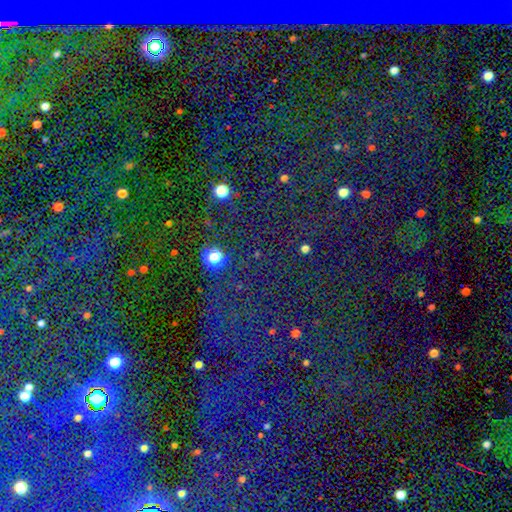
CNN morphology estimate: Smooth or featured?
  - star or artifact: 82% *
  - smooth: 11%
  - featured or disk: 8%